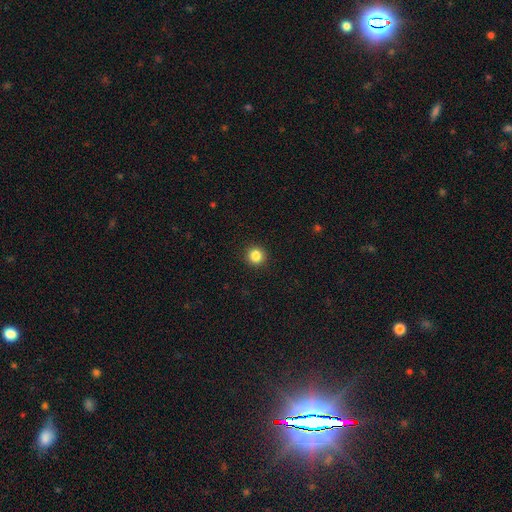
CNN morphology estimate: A smooth galaxy with no disk features (86%) that is round (95%).

Vote fractions:
- Smooth or featured? smooth: 86% / star or artifact: 11% / featured or disk: 4%
- How rounded? round: 95% / in between: 5% / cigar-shaped: 1%
- Merging? none: 93% / minor disturbance: 4% / major disturbance: 2% / merger: 1%